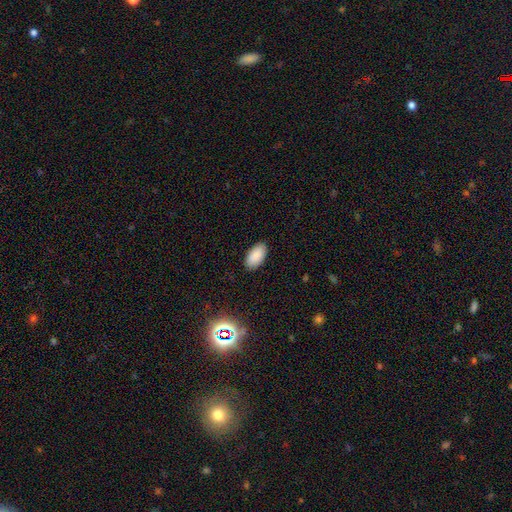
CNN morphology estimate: This is clearly a smooth galaxy (89%). How rounded: clearly in between (95%). Merging: clearly none (88%).